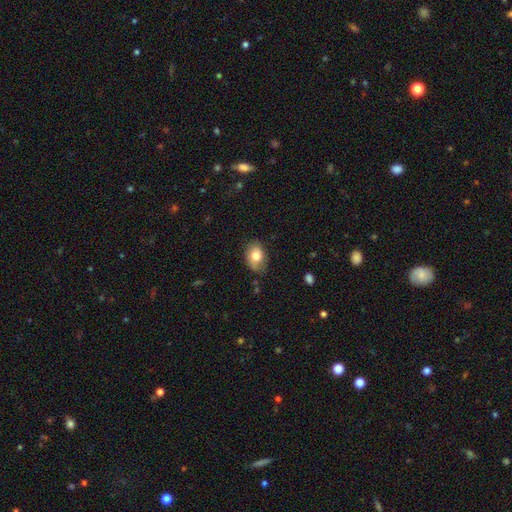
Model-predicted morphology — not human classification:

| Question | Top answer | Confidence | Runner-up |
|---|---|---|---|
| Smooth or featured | smooth | 78% | featured or disk (14%) |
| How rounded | in between | 77% | round (22%) |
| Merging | none | 70% | minor disturbance (24%) |